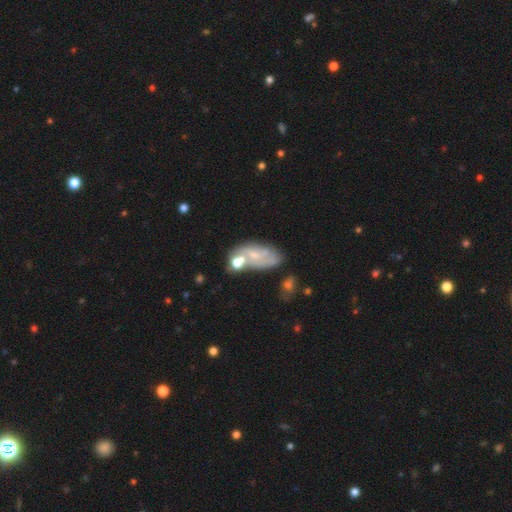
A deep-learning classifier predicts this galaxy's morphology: type=featured or disk (59%); edge-on=no (94%); bar=no (71%); spiral arms=yes (54%); bulge=small (54%); merging=none (38%).